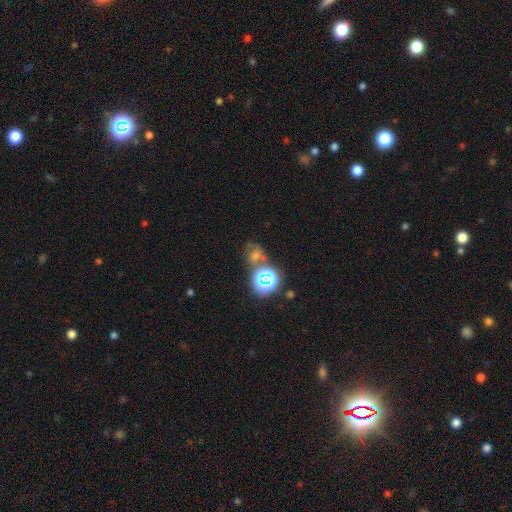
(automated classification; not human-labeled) smooth_or_featured: star or artifact (p=0.54) [alt: smooth p=0.31]